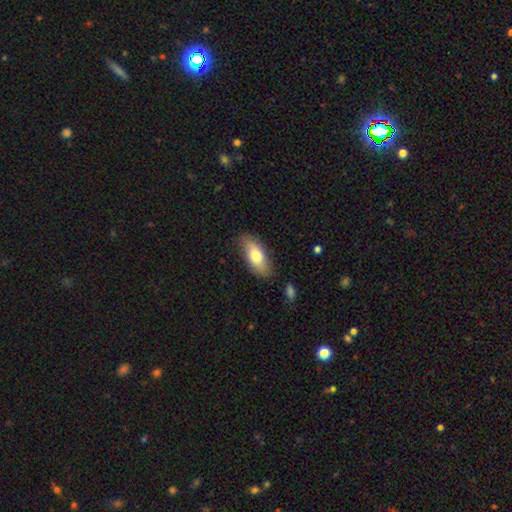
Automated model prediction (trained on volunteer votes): smooth_or_featured: smooth (p=0.73) [alt: featured or disk p=0.21]
how_rounded: in between (p=0.83) [alt: cigar-shaped p=0.13]
merging: none (p=0.81) [alt: minor disturbance p=0.14]